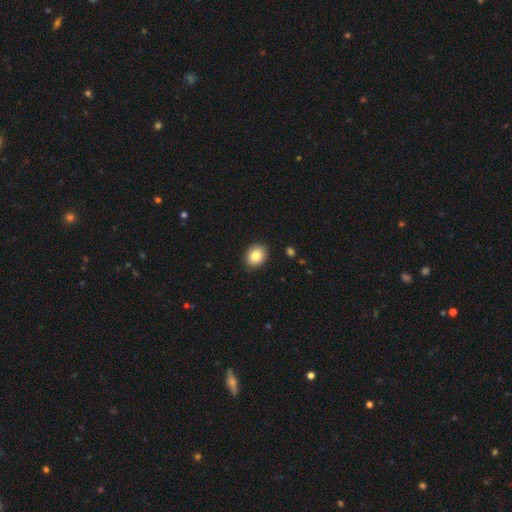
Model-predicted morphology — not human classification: Smooth or featured? smooth (84%)
How rounded? in between (55%)
Merging? none (90%)